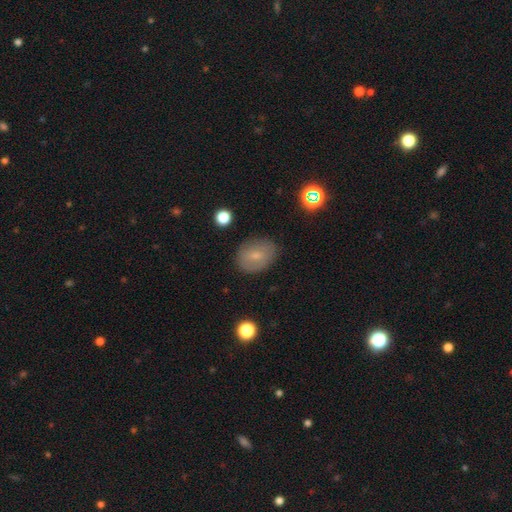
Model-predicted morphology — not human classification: smooth 67%, featured or disk 23%, star or artifact 10%. Down the decision tree: how rounded — in between (57%); merging — none (82%).